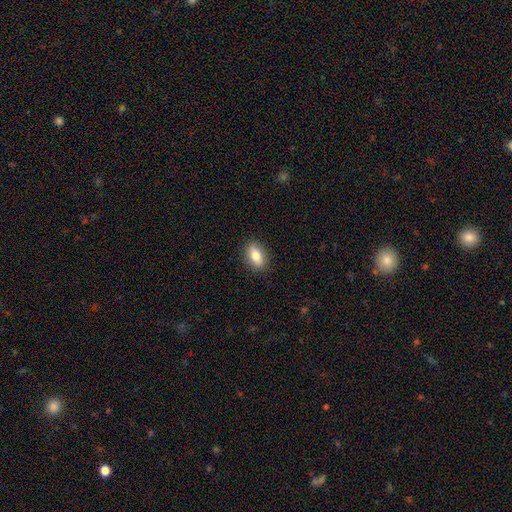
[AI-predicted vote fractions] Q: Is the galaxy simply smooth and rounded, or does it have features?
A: smooth — 78%.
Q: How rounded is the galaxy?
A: in between — 83%.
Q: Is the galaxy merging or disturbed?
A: none — 88%.